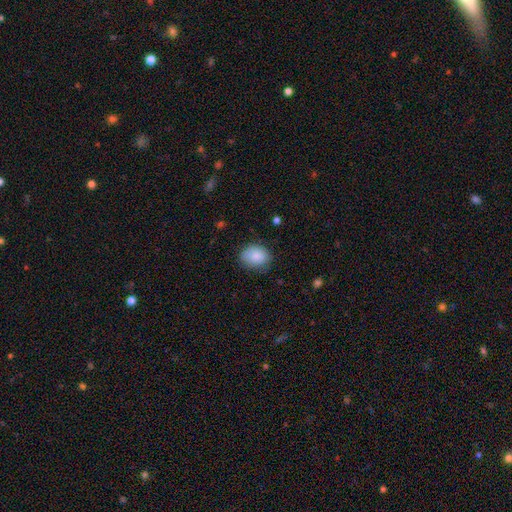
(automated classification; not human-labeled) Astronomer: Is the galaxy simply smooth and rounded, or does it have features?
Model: smooth — 86%.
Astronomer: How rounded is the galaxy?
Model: in between — 55% (runner-up: round, 44%).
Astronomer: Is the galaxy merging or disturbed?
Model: none — 75%.